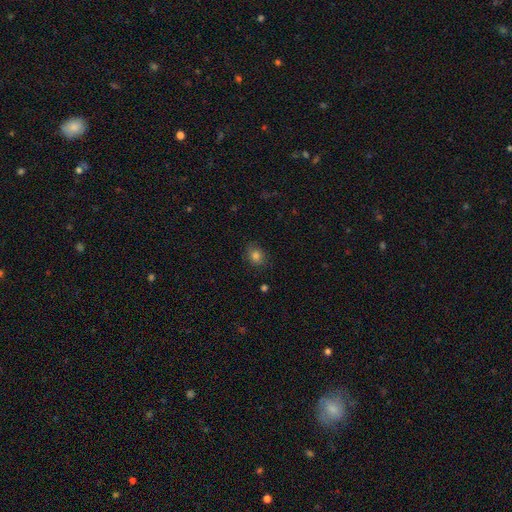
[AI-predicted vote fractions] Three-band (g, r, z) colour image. It shows a smooth galaxy with no disk features (81%) that is round (58%). Merging: none (81%).